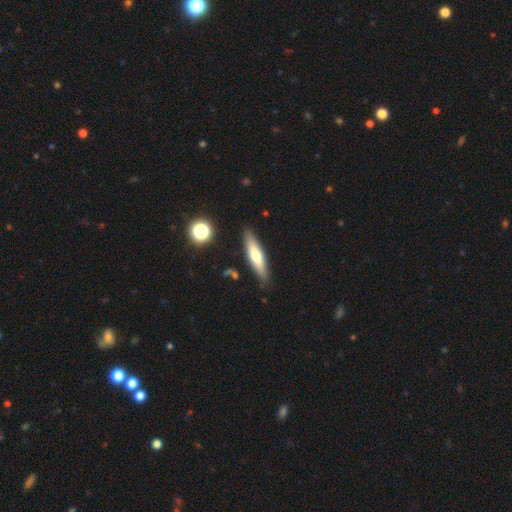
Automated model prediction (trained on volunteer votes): A smooth galaxy with no disk features (57%) that is cigar-shaped (73%).

Vote fractions:
- Smooth or featured? smooth: 57% / featured or disk: 36% / star or artifact: 7%
- How rounded? cigar-shaped: 73% / in between: 25% / round: 2%
- Merging? none: 85% / minor disturbance: 10% / merger: 2% / major disturbance: 2%